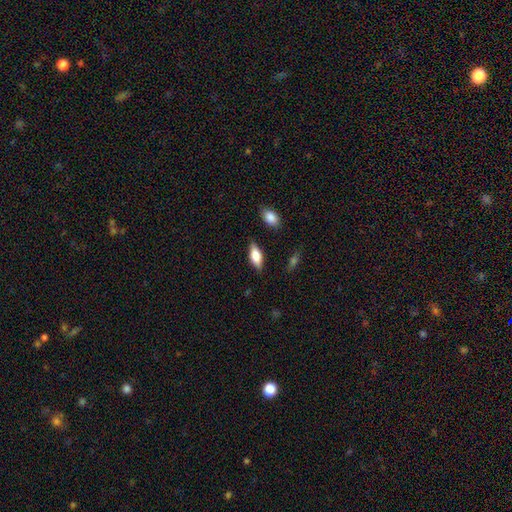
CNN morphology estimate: type=smooth (72%); roundness=in between (77%); merging=none (81%).